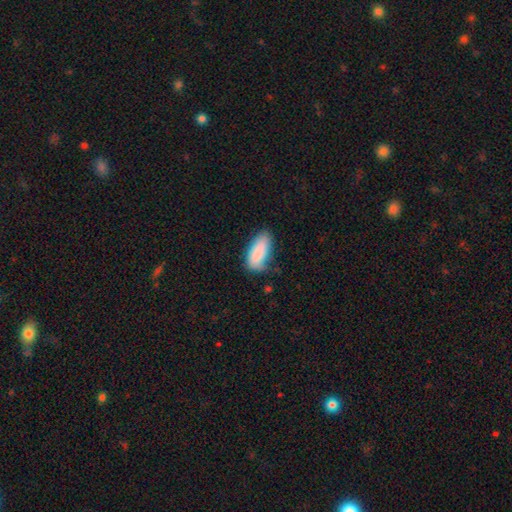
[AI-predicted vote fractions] The model was most divided on "merging": none: 61%, minor disturbance: 29%, major disturbance: 7%, merger: 3%. More confident: smooth or featured — smooth (87%); how rounded — in between (86%).